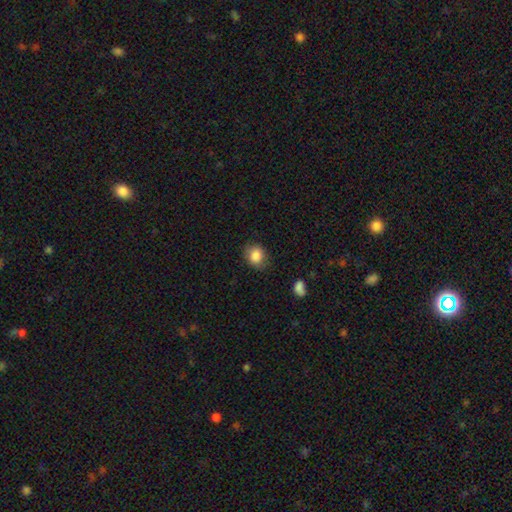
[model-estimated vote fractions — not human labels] Q: Smooth or featured?
A: smooth (86%); runner-up: star or artifact (9%)
Q: How rounded?
A: round (60%); runner-up: in between (39%)
Q: Merging?
A: none (76%); runner-up: minor disturbance (18%)